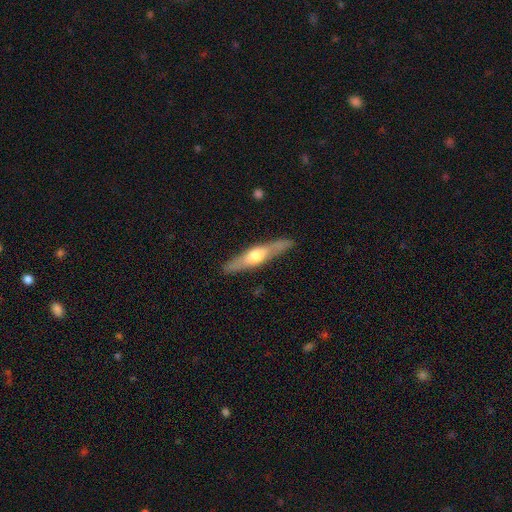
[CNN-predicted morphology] type=featured or disk (60%); edge-on=yes (91%); edge-on bulge=rounded (90%); merging=none (87%).